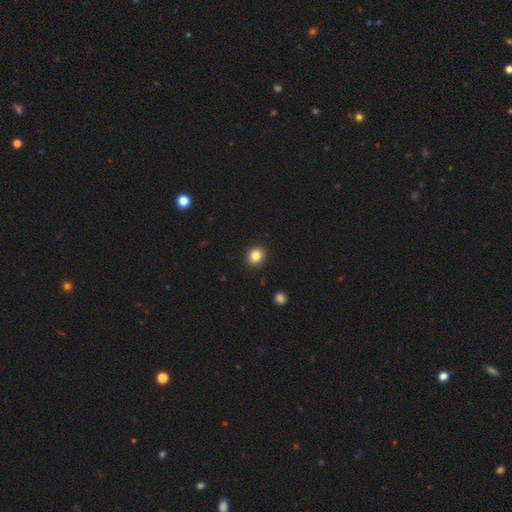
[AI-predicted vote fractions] This is clearly a smooth galaxy (84%). How rounded: likely round (61%). Merging: clearly none (91%).